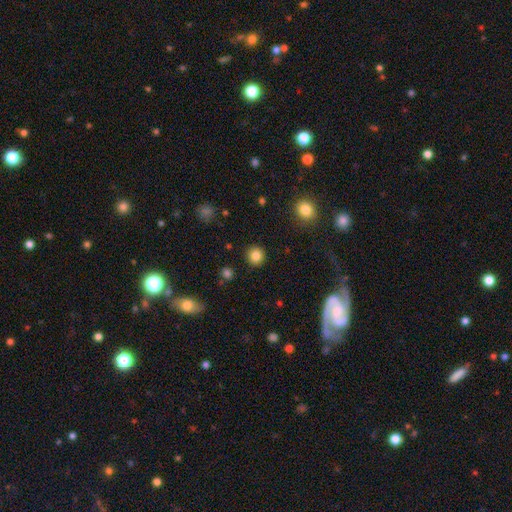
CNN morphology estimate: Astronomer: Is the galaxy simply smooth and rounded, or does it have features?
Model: smooth — 84%.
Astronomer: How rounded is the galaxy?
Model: round — 91%.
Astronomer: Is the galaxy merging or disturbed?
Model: none — 91%.